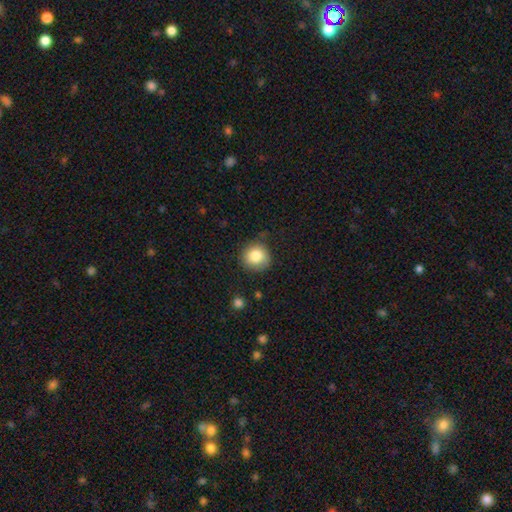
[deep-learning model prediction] Smooth or featured? Predicted: smooth (p=0.82). How rounded? Predicted: round (p=0.88). Merging? Predicted: none (p=0.75).